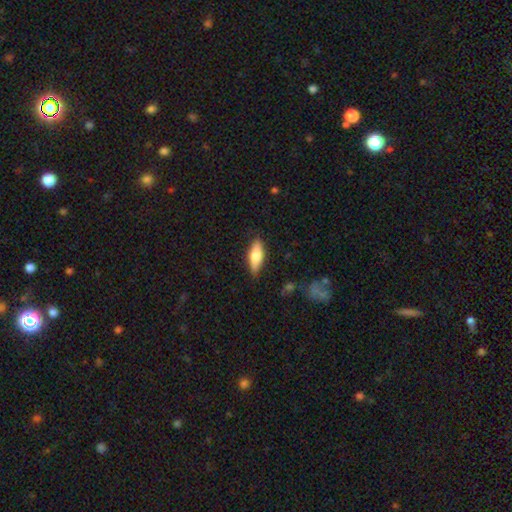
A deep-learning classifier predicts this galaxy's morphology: Smooth or featured? Predicted: smooth (p=0.68). How rounded? Predicted: in between (p=0.60). Merging? Predicted: none (p=0.83).